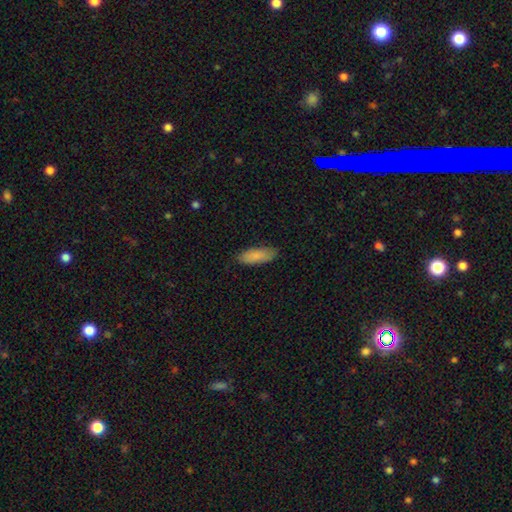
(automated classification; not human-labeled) A smooth galaxy with no disk features (87%) that is in between round and cigar-shaped (67%).

Vote fractions:
- Smooth or featured? smooth: 87% / featured or disk: 7% / star or artifact: 6%
- How rounded? in between: 67% / cigar-shaped: 32% / round: 2%
- Merging? none: 85% / minor disturbance: 12% / major disturbance: 2% / merger: 1%